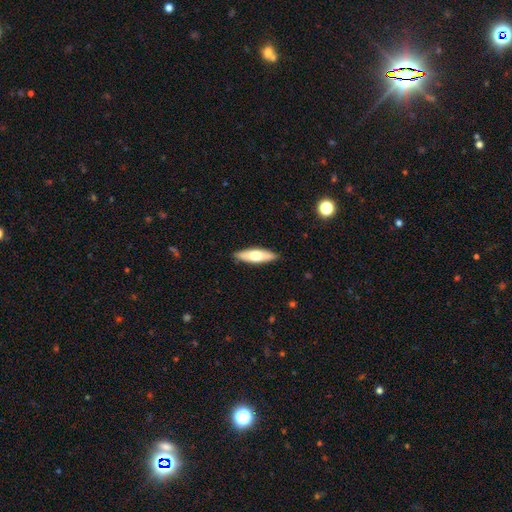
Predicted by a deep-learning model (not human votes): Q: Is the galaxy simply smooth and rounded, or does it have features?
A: smooth — 59%.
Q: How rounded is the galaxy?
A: cigar-shaped — 53%.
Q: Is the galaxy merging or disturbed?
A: none — 88%.